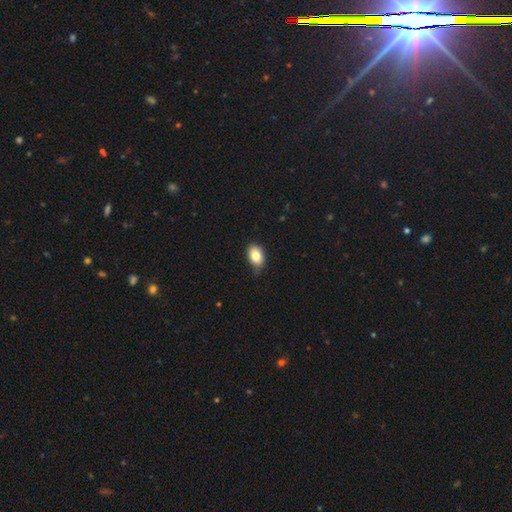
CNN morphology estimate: smooth 82%, featured or disk 10%, star or artifact 8%. Down the decision tree: how rounded — in between (86%); merging — none (72%).